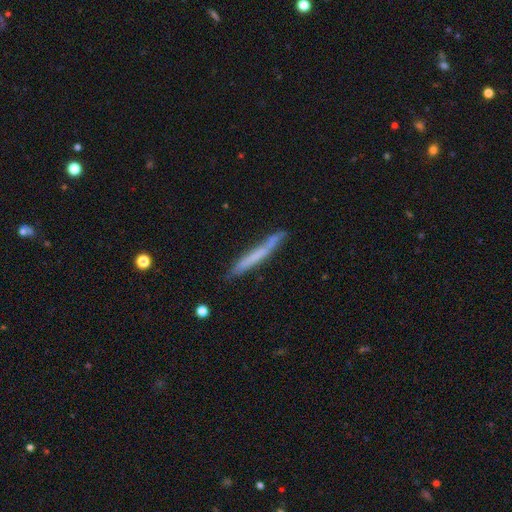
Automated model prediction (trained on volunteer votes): Morphology: type=smooth (55%); roundness=cigar-shaped (96%); merging=none (77%).